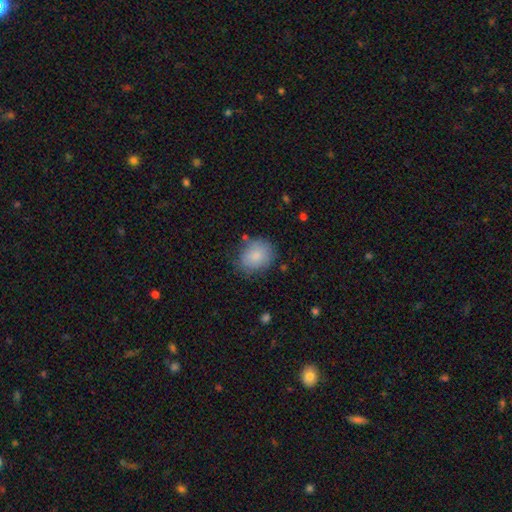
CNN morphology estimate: A smooth galaxy with no disk features (83%) that is round (57%). Merging: none (73%).